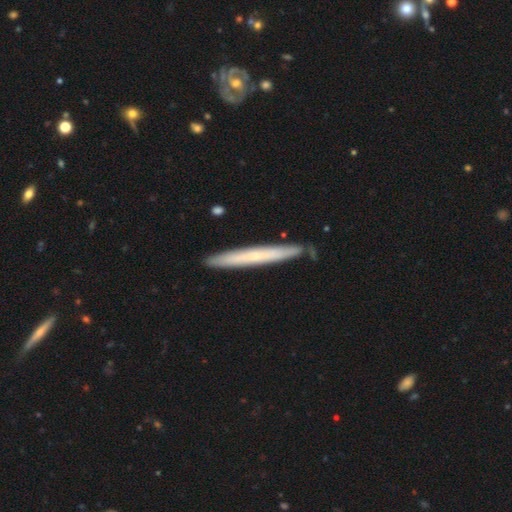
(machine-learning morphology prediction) A smooth galaxy with no disk features (54%) that is cigar-shaped (97%). Merging: none (87%).